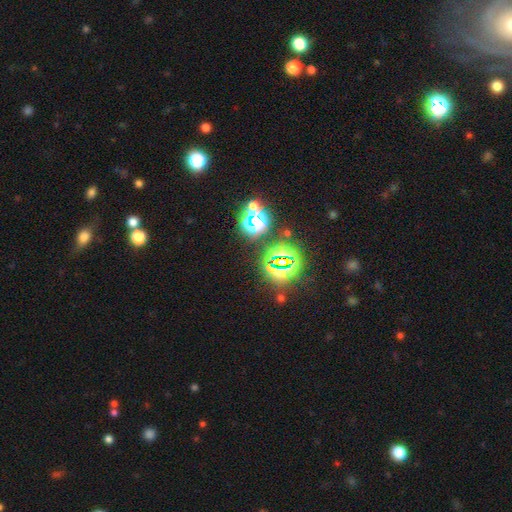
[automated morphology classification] smooth-or-featured: star or artifact: 77% | smooth: 16% | featured or disk: 7%